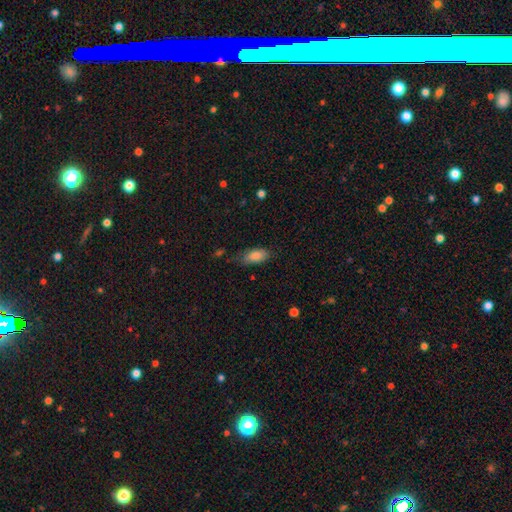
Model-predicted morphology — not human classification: This is clearly a smooth galaxy (82%). How rounded: clearly in between (88%). Merging: likely none (66%).